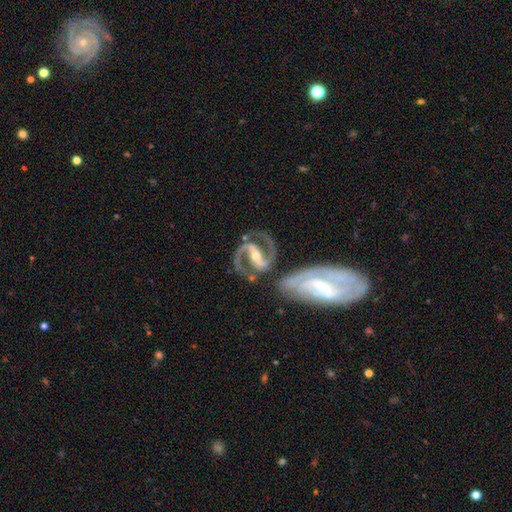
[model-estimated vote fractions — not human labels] A featured or disk galaxy (93%) with a strong bar (65%), 2 (94%) medium (62%) spiral arms (98%) and a moderate central bulge (48%).

Vote fractions:
- Smooth or featured? featured or disk: 93% / star or artifact: 4% / smooth: 3%
- Edge-on disk? no: 97% / yes: 3%
- Bar? strong: 65% / weak: 24% / no: 10%
- Spiral arms? yes: 98% / no: 2%
- Spiral winding? medium: 62% / tight: 25% / loose: 13%
- Spiral arm count? 2: 94% / 3: 2% / can't tell: 2% / 1: 1% / 4: 1% / more than 4: 1%
- Bulge size? moderate: 48% / small: 47% / large: 2% / none: 2% / dominant: 1%
- Merging? none: 61% / merger: 18% / minor disturbance: 14% / major disturbance: 7%